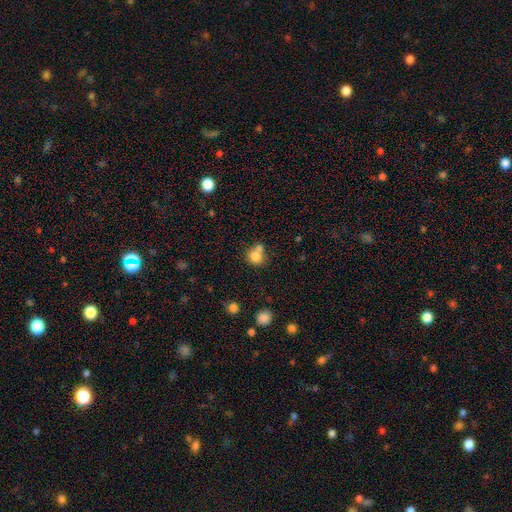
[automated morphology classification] Smooth or featured? Predicted: smooth (p=0.79). How rounded? Predicted: round (p=0.75). Merging? Predicted: merger (p=0.46).